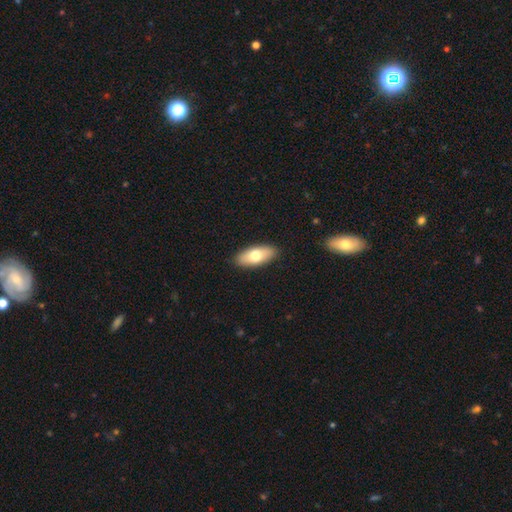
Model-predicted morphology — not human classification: smooth_or_featured: smooth (p=0.71) [alt: featured or disk p=0.23]
how_rounded: in between (p=0.82) [alt: cigar-shaped p=0.15]
merging: none (p=0.89) [alt: minor disturbance p=0.08]